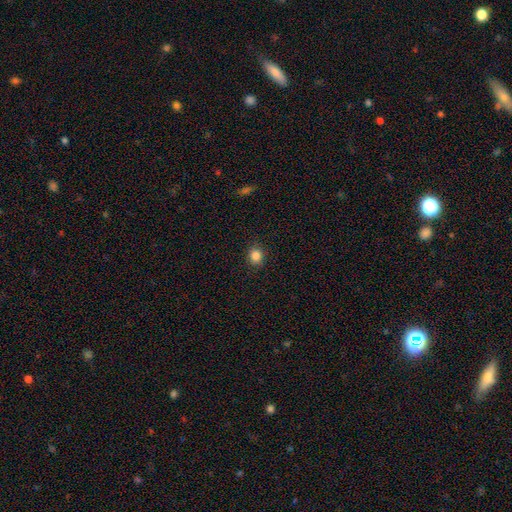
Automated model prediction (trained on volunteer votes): Q: Smooth or featured?
A: smooth (85%); runner-up: star or artifact (11%)
Q: How rounded?
A: round (75%); runner-up: in between (24%)
Q: Merging?
A: none (89%); runner-up: minor disturbance (8%)